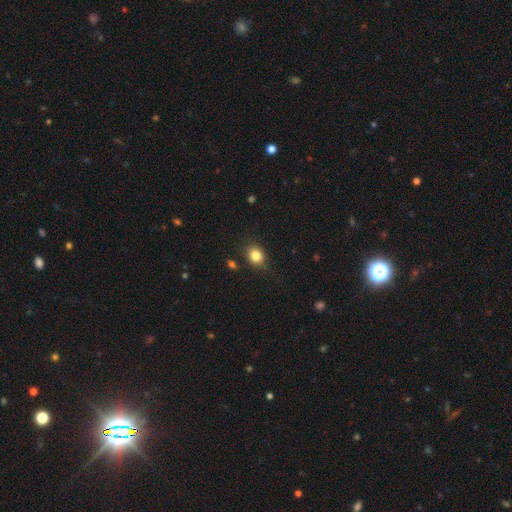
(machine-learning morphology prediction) A smooth galaxy with no disk features (83%) that is round (58%).

Vote fractions:
- Smooth or featured? smooth: 83% / star or artifact: 10% / featured or disk: 7%
- How rounded? round: 58% / in between: 41% / cigar-shaped: 1%
- Merging? none: 78% / minor disturbance: 15% / major disturbance: 4% / merger: 2%